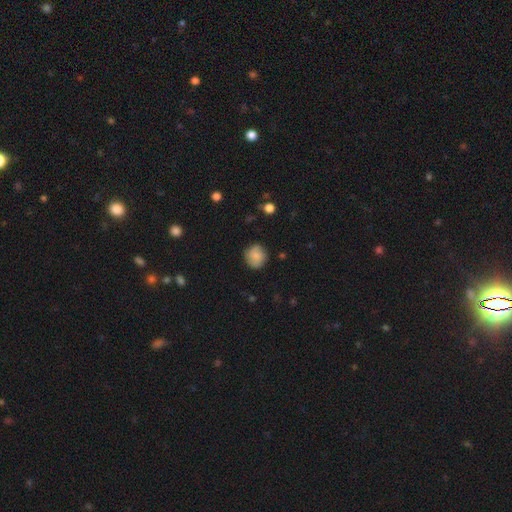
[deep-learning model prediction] smooth-or-featured: smooth: 77% | featured or disk: 15% | star or artifact: 8%
  how-rounded: round: 85% | in between: 14% | cigar-shaped: 1%
  merging: none: 79% | minor disturbance: 16% | major disturbance: 4% | merger: 1%